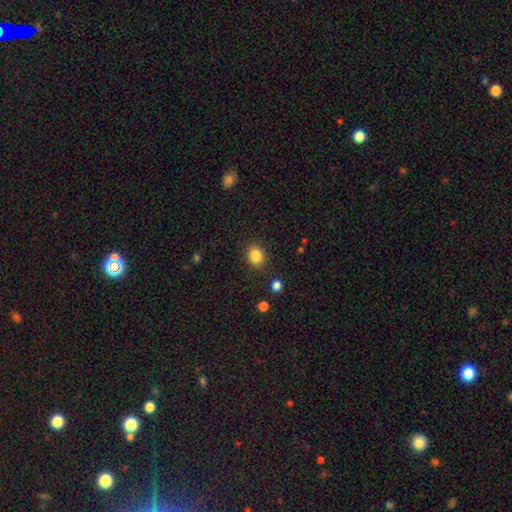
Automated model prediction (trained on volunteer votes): Smooth or featured? Predicted: smooth (p=0.86). How rounded? Predicted: round (p=0.55). Merging? Predicted: none (p=0.86).